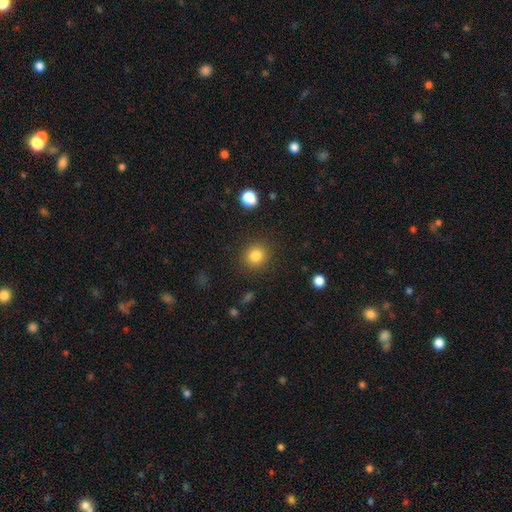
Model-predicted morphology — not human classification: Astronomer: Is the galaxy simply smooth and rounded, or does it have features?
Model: smooth — 83%.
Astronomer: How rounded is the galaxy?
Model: round — 86%.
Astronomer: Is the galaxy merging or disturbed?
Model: none — 89%.